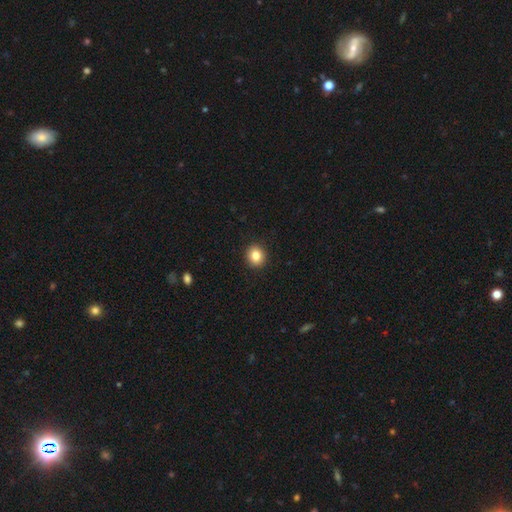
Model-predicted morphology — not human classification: Smooth or featured? Predicted: smooth (p=0.84). How rounded? Predicted: round (p=0.84). Merging? Predicted: none (p=0.92).